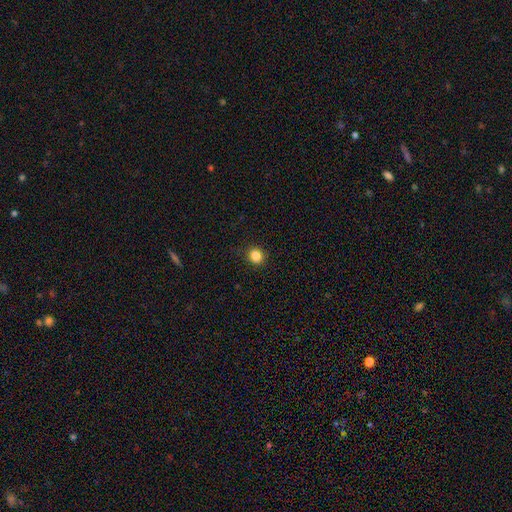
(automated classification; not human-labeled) Smooth or featured: smooth — 85% (star or artifact — 11%)
How rounded: round — 81% (in between — 18%)
Merging: none — 90% (minor disturbance — 7%)